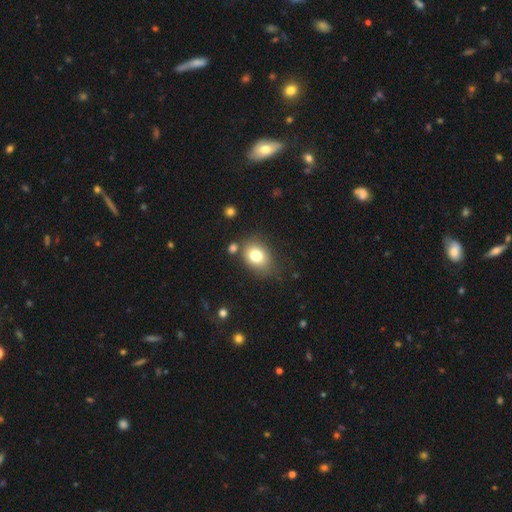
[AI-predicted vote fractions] smooth 79%, featured or disk 11%, star or artifact 10%. Down the decision tree: how rounded — in between (60%); merging — none (71%).